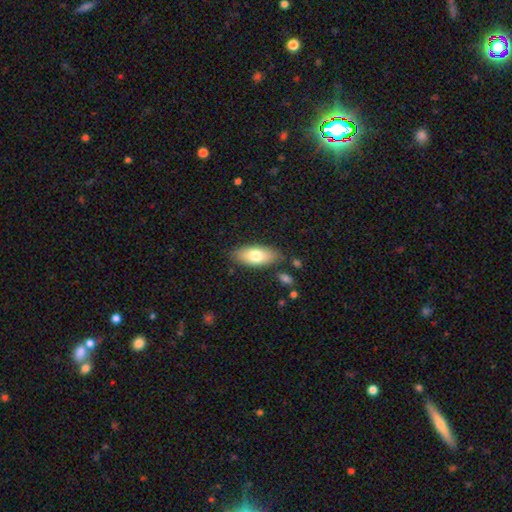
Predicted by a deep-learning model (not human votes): Smooth or featured? smooth (75%)
How rounded? in between (84%)
Merging? none (82%)